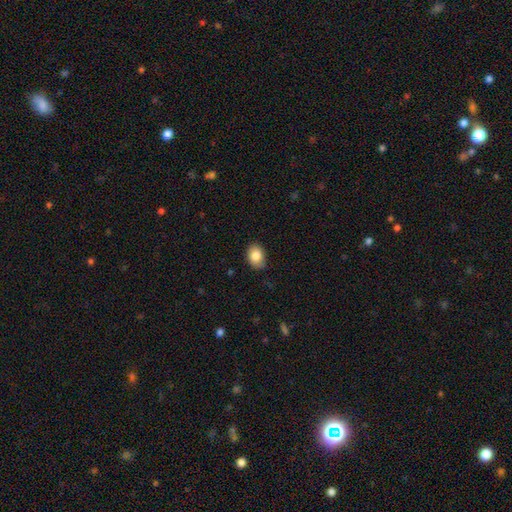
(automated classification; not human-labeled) A smooth galaxy with no disk features (84%) that is in between round and cigar-shaped (72%). Merging: none (81%).